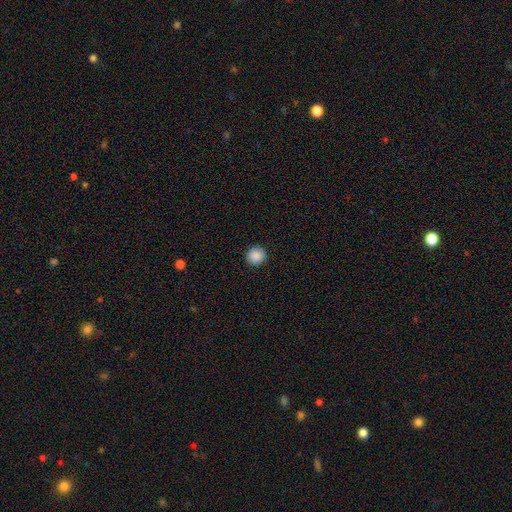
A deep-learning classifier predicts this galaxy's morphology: Smooth or featured?
  - smooth: 89% *
  - star or artifact: 9%
  - featured or disk: 3%
How rounded?
  - round: 94% *
  - in between: 5%
  - cigar-shaped: 1%
Merging?
  - none: 92% *
  - minor disturbance: 5%
  - major disturbance: 2%
  - merger: 1%